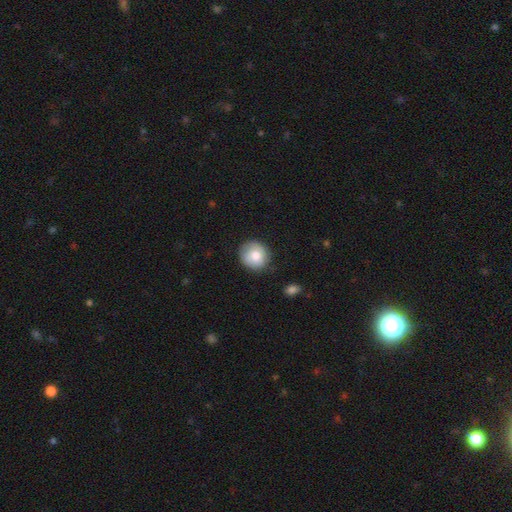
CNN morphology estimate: A smooth galaxy with no disk features (79%) that is round (85%). Merging: none (81%).